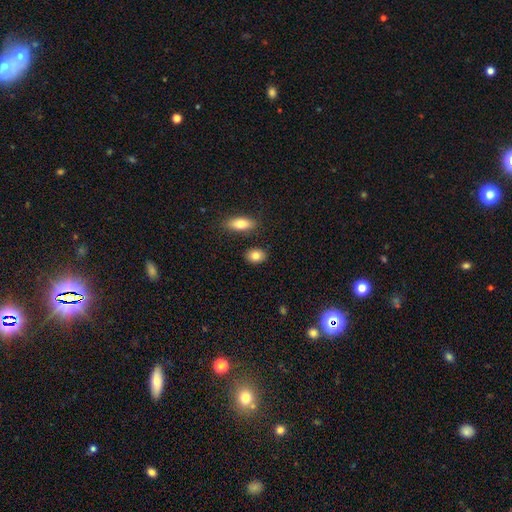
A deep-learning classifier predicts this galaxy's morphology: Smooth or featured?
  - smooth: 83% *
  - featured or disk: 9%
  - star or artifact: 8%
How rounded?
  - in between: 71% *
  - round: 27%
  - cigar-shaped: 2%
Merging?
  - none: 84% *
  - minor disturbance: 9%
  - merger: 4%
  - major disturbance: 2%